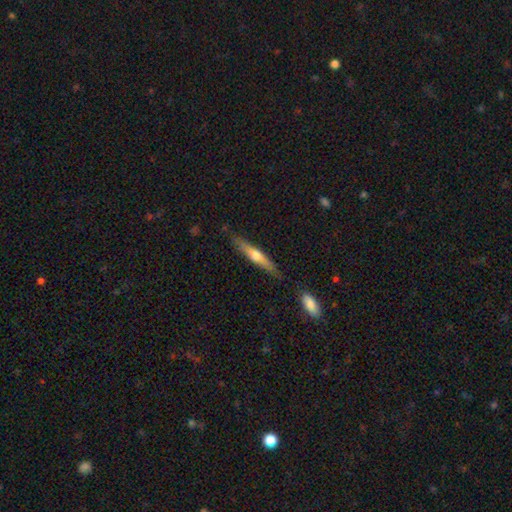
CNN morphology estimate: Smooth or featured?
  - featured or disk: 51% *
  - smooth: 43%
  - star or artifact: 6%
Edge-on disk?
  - yes: 94% *
  - no: 6%
Merging?
  - none: 83% *
  - minor disturbance: 12%
  - major disturbance: 2%
  - merger: 2%